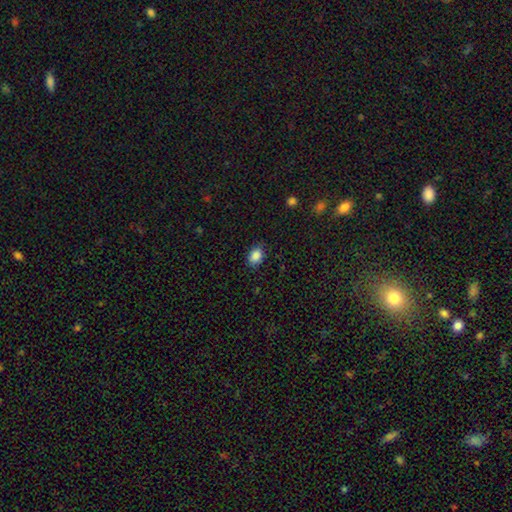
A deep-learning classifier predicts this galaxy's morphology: Smooth or featured: smooth — 87% (star or artifact — 9%)
How rounded: in between — 79% (round — 20%)
Merging: none — 80% (minor disturbance — 16%)